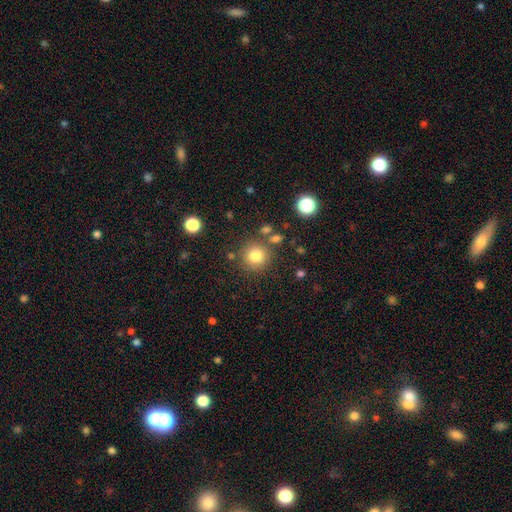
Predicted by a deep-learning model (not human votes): This is clearly a smooth galaxy (80%). How rounded: clearly round (94%). Merging: clearly none (82%).